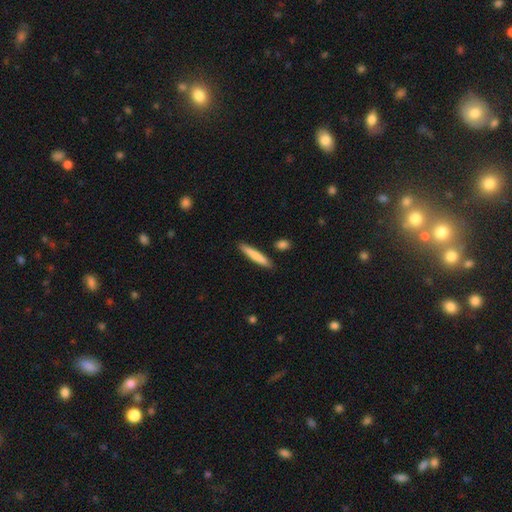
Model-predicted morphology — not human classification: A smooth galaxy with no disk features (77%) that is cigar-shaped (93%). Merging: none (89%).